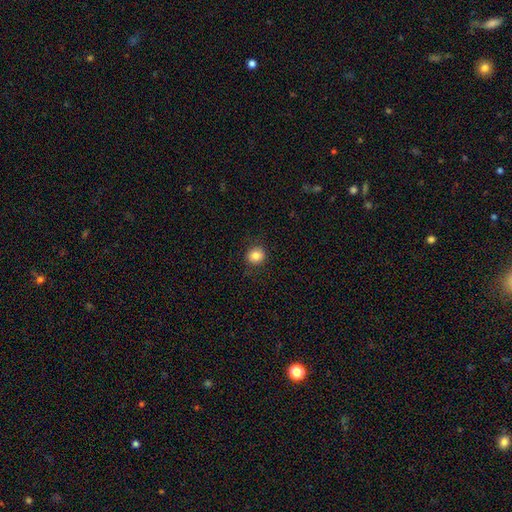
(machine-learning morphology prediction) This appears to be a smooth galaxy with no disk features (84%) that is round (84%). Merging: none (88%).